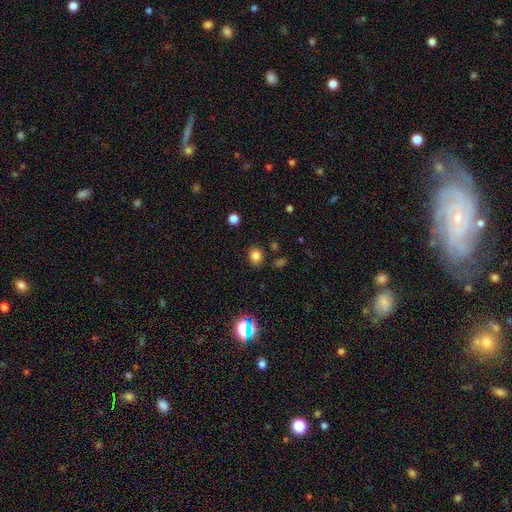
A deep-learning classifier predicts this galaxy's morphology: Q: Smooth or featured?
A: smooth (79%); runner-up: star or artifact (15%)
Q: How rounded?
A: round (62%); runner-up: in between (37%)
Q: Merging?
A: none (84%); runner-up: minor disturbance (10%)